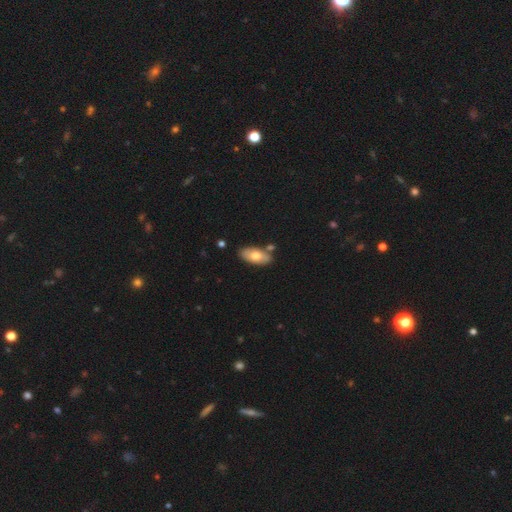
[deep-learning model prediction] Smooth or featured? smooth (64%)
How rounded? in between (91%)
Merging? none (76%)